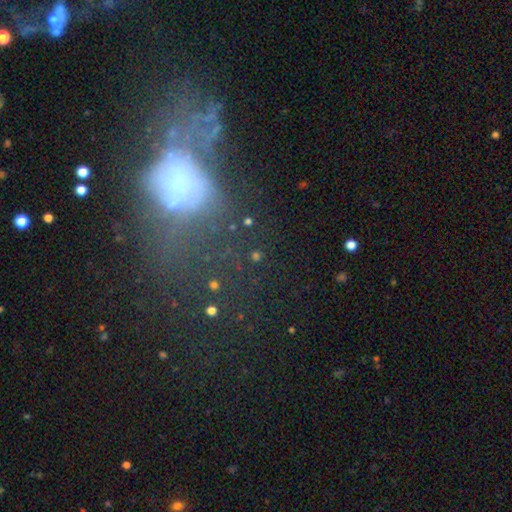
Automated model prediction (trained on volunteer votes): star or artifact 44%, smooth 35%, featured or disk 22%.